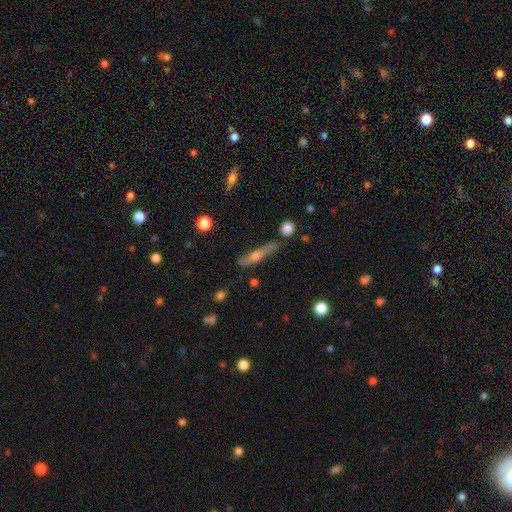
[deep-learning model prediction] This is possibly a featured or disk galaxy (57%). It is clearly viewed edge-on (85%). Merging: likely none (68%).